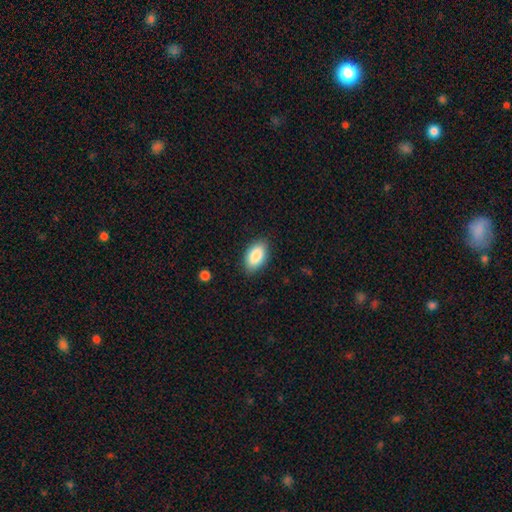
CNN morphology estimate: Smooth or featured? Predicted: smooth (p=0.88). How rounded? Predicted: in between (p=0.94). Merging? Predicted: none (p=0.86).